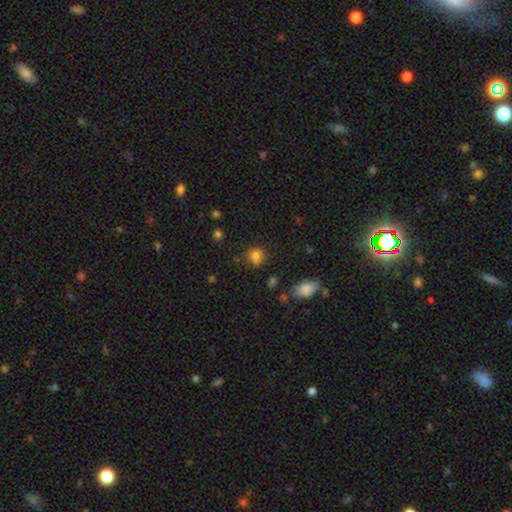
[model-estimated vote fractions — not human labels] smooth_or_featured: smooth (p=0.75) [alt: star or artifact p=0.16]
how_rounded: round (p=0.70) [alt: in between p=0.29]
merging: none (p=0.63) [alt: minor disturbance p=0.18]